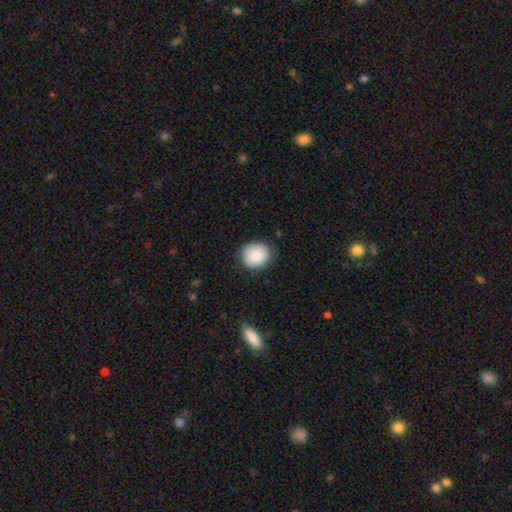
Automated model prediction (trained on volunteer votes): Q: Smooth or featured?
A: smooth (84%); runner-up: featured or disk (9%)
Q: How rounded?
A: round (79%); runner-up: in between (20%)
Q: Merging?
A: none (80%); runner-up: minor disturbance (15%)